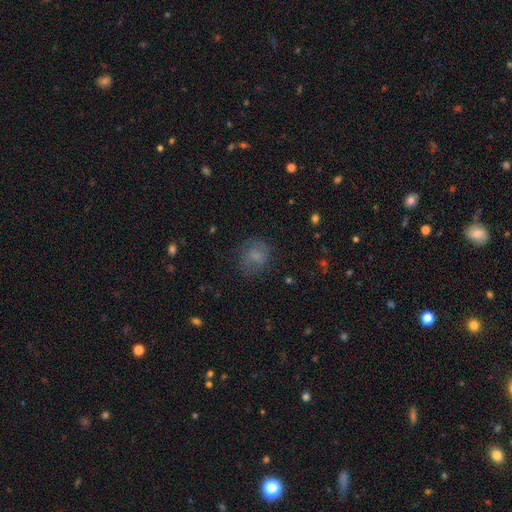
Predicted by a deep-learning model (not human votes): smooth-or-featured: smooth: 70% | featured or disk: 18% | star or artifact: 12%
  how-rounded: round: 68% | in between: 31% | cigar-shaped: 1%
  merging: none: 68% | minor disturbance: 19% | major disturbance: 11% | merger: 2%